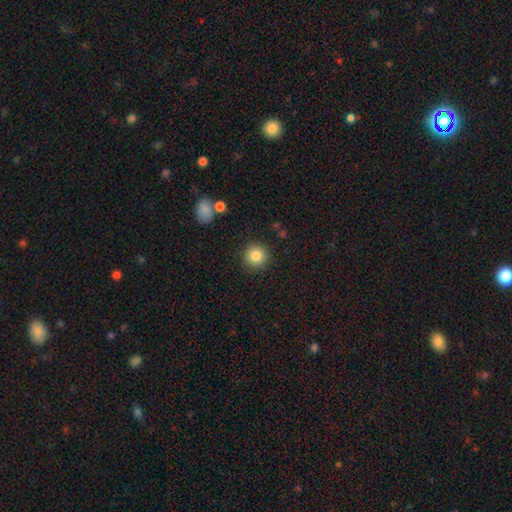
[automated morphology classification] Smooth or featured: smooth — 85% (star or artifact — 10%)
How rounded: round — 94% (in between — 5%)
Merging: none — 90% (minor disturbance — 6%)